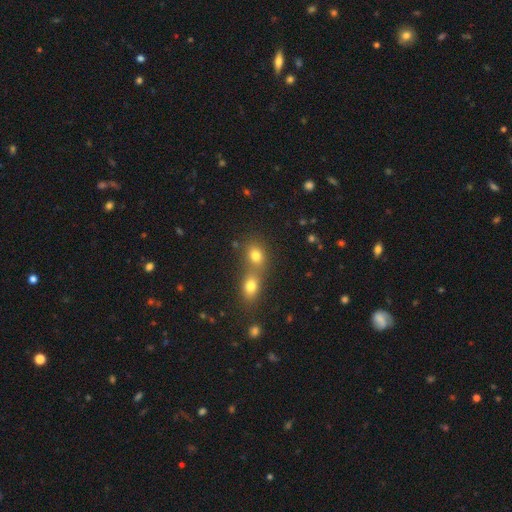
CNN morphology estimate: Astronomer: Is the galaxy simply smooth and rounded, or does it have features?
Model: smooth — 77%.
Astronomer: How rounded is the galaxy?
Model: round — 56% (runner-up: in between, 43%).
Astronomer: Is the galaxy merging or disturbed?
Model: merger — 54% (runner-up: none, 36%).